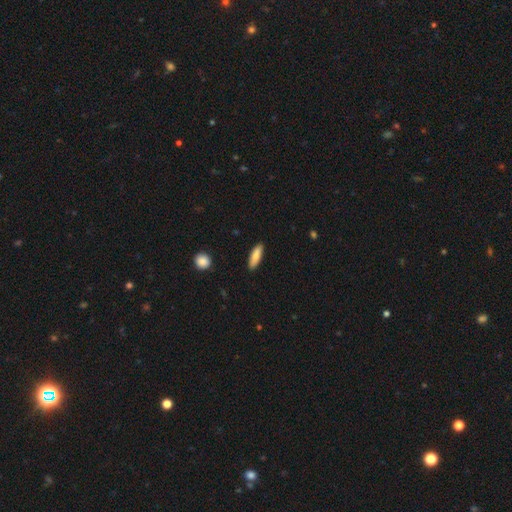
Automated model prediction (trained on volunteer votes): smooth-or-featured: smooth: 84% | featured or disk: 10% | star or artifact: 6%
  how-rounded: cigar-shaped: 53% | in between: 46% | round: 2%
  merging: none: 88% | minor disturbance: 9% | major disturbance: 2% | merger: 1%